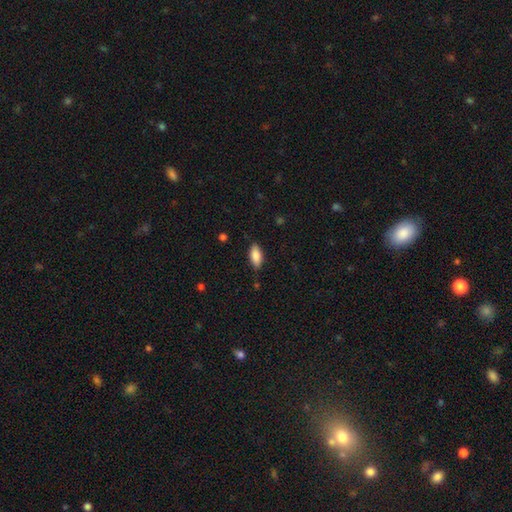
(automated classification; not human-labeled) smooth 85%, featured or disk 9%, star or artifact 6%. Down the decision tree: how rounded — in between (84%); merging — none (83%).